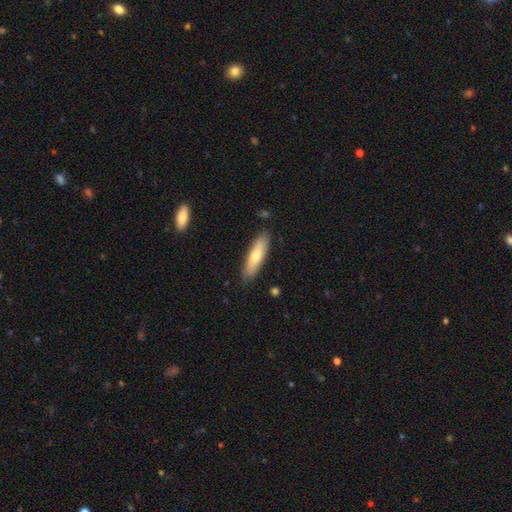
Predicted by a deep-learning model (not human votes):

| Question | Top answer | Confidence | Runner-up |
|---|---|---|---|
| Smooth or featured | smooth | 69% | featured or disk (25%) |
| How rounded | cigar-shaped | 60% | in between (38%) |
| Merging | none | 85% | minor disturbance (12%) |